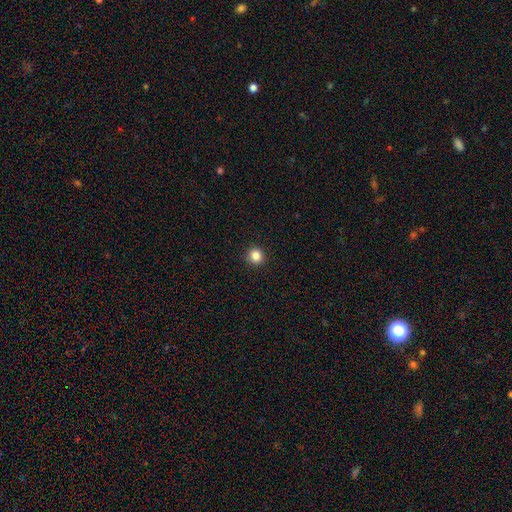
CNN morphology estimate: smooth-or-featured: smooth: 85% | star or artifact: 11% | featured or disk: 4%
  how-rounded: round: 93% | in between: 6% | cigar-shaped: 1%
  merging: none: 92% | minor disturbance: 5% | major disturbance: 2% | merger: 1%